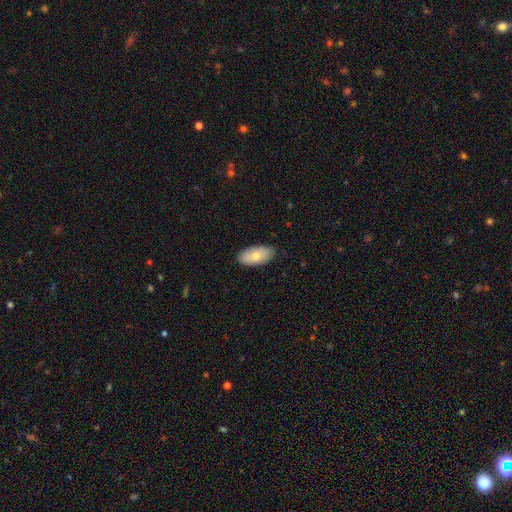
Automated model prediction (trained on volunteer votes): Smooth or featured? Predicted: smooth (p=0.76). How rounded? Predicted: in between (p=0.94). Merging? Predicted: none (p=0.85).